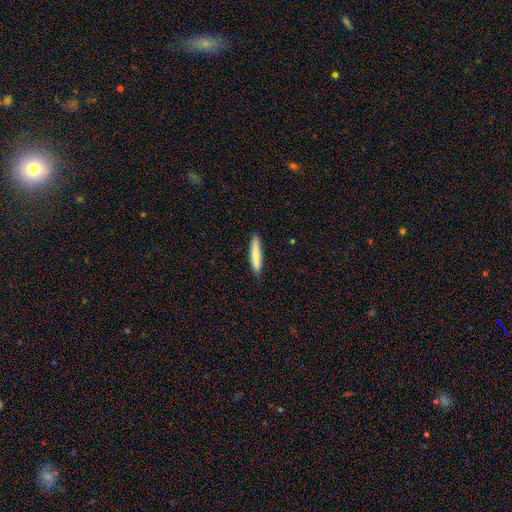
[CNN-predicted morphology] A smooth galaxy with no disk features (84%) that is cigar-shaped (85%). Merging: none (87%).